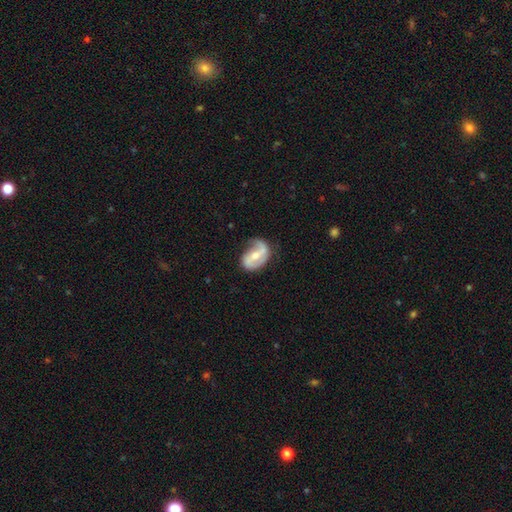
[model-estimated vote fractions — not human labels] Smooth or featured? Predicted: featured or disk (p=0.75). Edge-on disk? Predicted: no (p=0.97). Bar? Predicted: weak (p=0.41). Spiral arms? Predicted: yes (p=0.88). Spiral winding? Predicted: loose (p=0.43). Spiral arm count? Predicted: 2 (p=0.69). Bulge size? Predicted: moderate (p=0.58). Merging? Predicted: none (p=0.53).